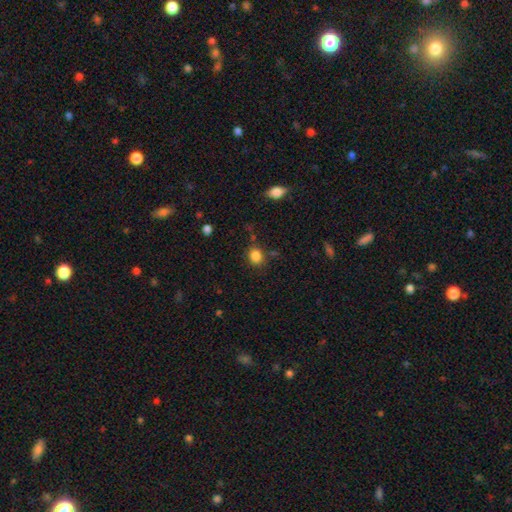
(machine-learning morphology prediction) This is clearly a smooth galaxy (85%). How rounded: possibly round (56%). Merging: likely none (77%).